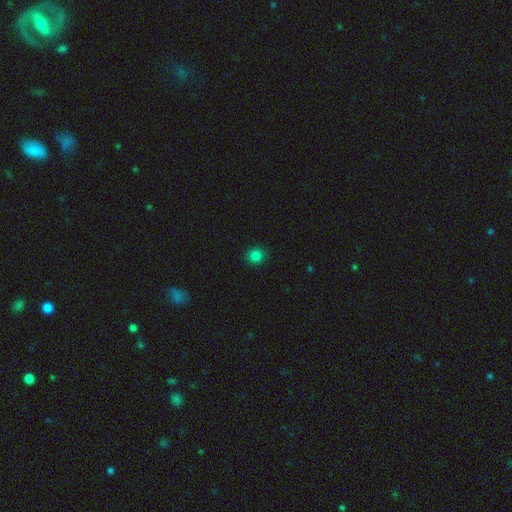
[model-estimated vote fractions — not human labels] Smooth or featured?
  - smooth: 83% *
  - star or artifact: 13%
  - featured or disk: 4%
How rounded?
  - round: 83% *
  - in between: 16%
  - cigar-shaped: 1%
Merging?
  - none: 90% *
  - minor disturbance: 7%
  - major disturbance: 2%
  - merger: 1%